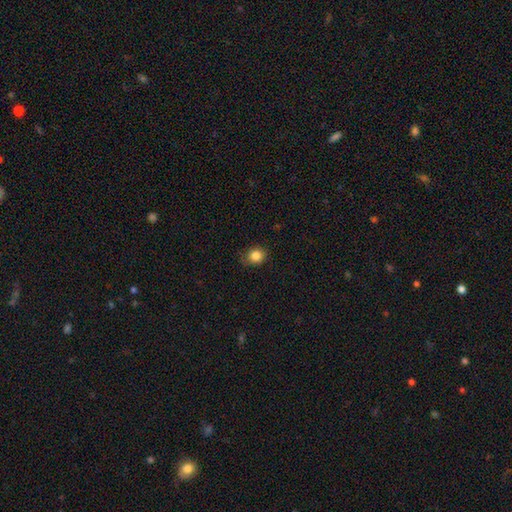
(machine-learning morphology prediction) A smooth galaxy with no disk features (84%) that is round (75%). Merging: none (80%).